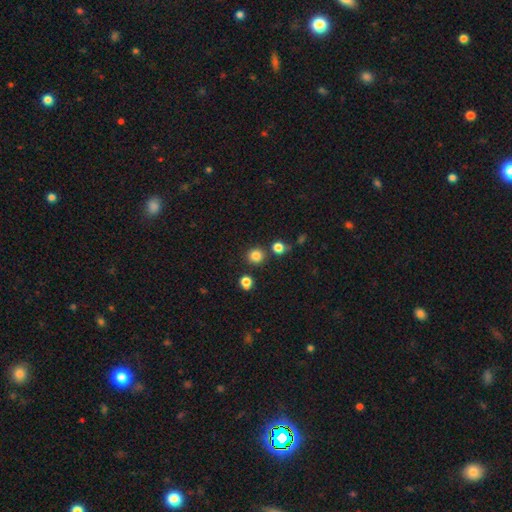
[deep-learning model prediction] smooth-or-featured: smooth: 82% | star or artifact: 14% | featured or disk: 4%
  how-rounded: round: 90% | in between: 9% | cigar-shaped: 1%
  merging: none: 83% | minor disturbance: 7% | merger: 7% | major disturbance: 3%